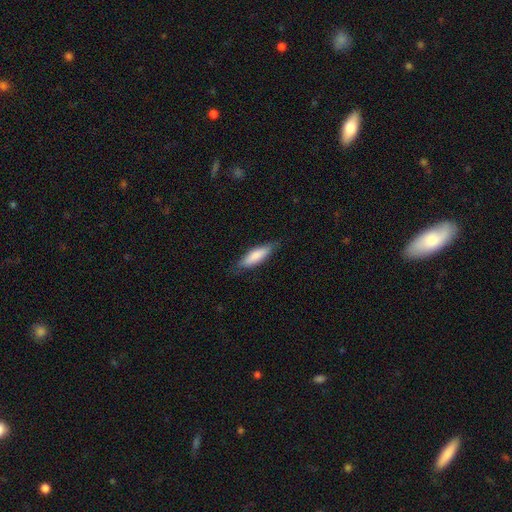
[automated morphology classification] smooth 78%, featured or disk 16%, star or artifact 5%. Down the decision tree: how rounded — cigar-shaped (55%); merging — none (79%).